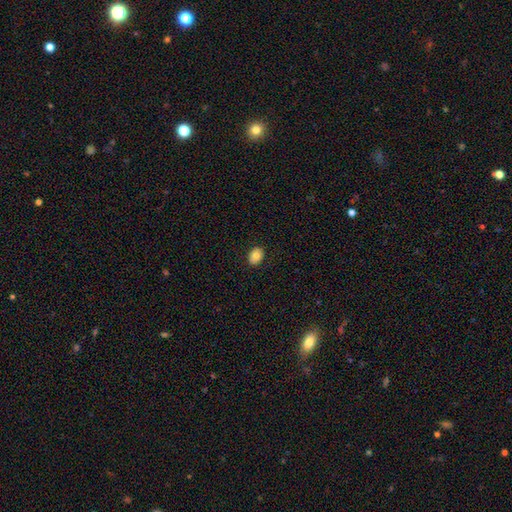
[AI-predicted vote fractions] This appears to be a smooth galaxy with no disk features (79%) that is in between round and cigar-shaped (67%). Merging: none (88%).